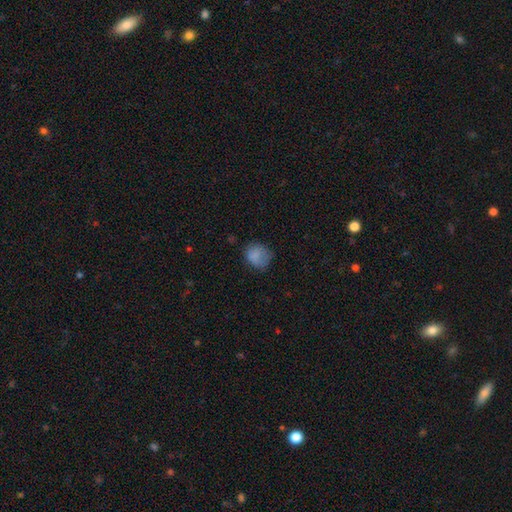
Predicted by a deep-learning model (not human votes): smooth_or_featured: smooth (p=0.80) [alt: featured or disk p=0.11]
how_rounded: round (p=0.72) [alt: in between p=0.27]
merging: none (p=0.59) [alt: minor disturbance p=0.27]